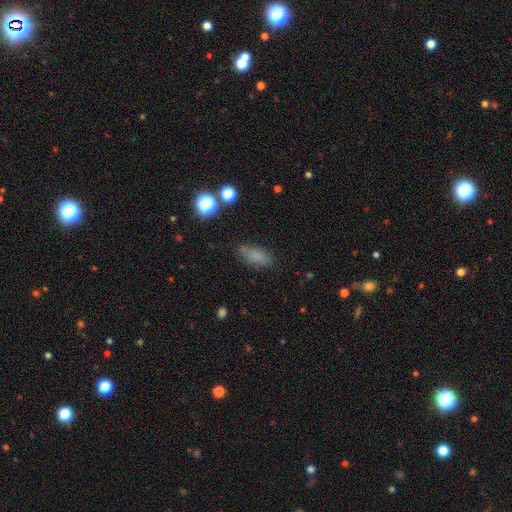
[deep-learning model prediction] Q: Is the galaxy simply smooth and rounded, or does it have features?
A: smooth — 78%.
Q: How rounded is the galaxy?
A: in between — 76%.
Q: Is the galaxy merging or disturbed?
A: none — 71%.